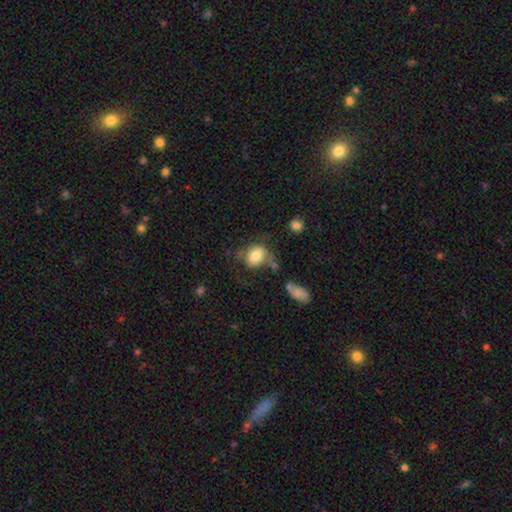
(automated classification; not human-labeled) Q: Smooth or featured?
A: smooth (75%); runner-up: featured or disk (17%)
Q: How rounded?
A: in between (55%); runner-up: round (44%)
Q: Merging?
A: none (44%); runner-up: minor disturbance (25%)